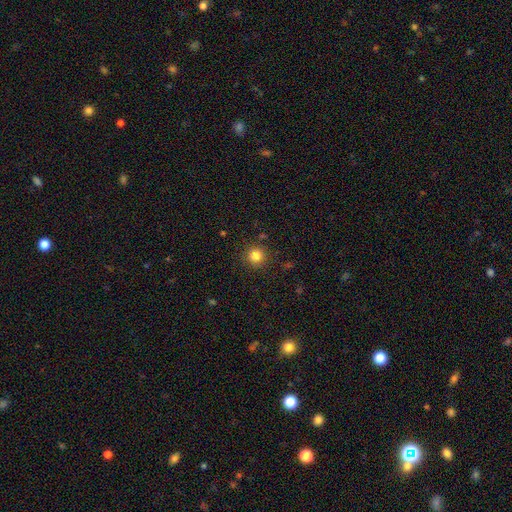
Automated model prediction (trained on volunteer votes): Smooth or featured? Predicted: smooth (p=0.83). How rounded? Predicted: round (p=0.94). Merging? Predicted: none (p=0.89).